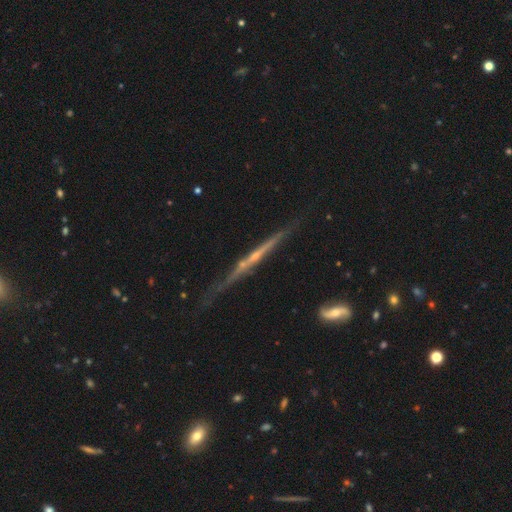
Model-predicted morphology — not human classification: featured or disk 78%, smooth 15%, star or artifact 7%. Down the decision tree: edge-on disk — yes (96%); edge-on bulge — none (52%); merging — none (70%).